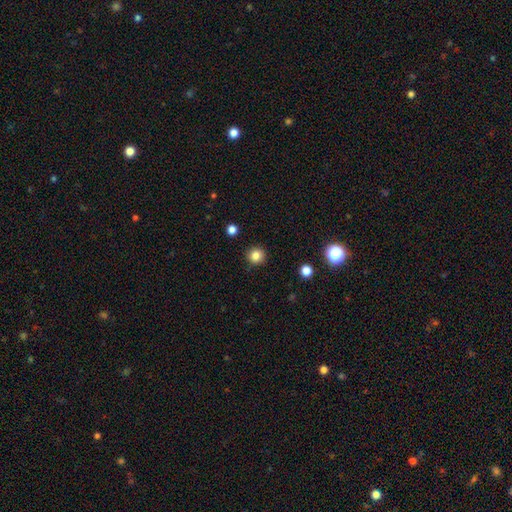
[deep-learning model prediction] This is clearly a smooth galaxy (83%). How rounded: clearly round (94%). Merging: clearly none (91%).